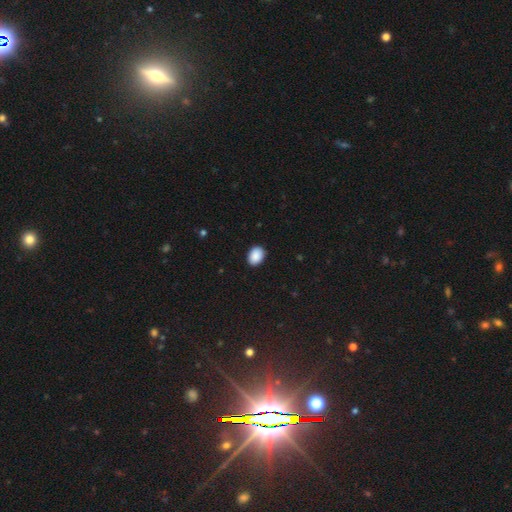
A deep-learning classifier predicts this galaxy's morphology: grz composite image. It shows a smooth galaxy with no disk features (90%) that is in between round and cigar-shaped (76%). Merging: none (89%).